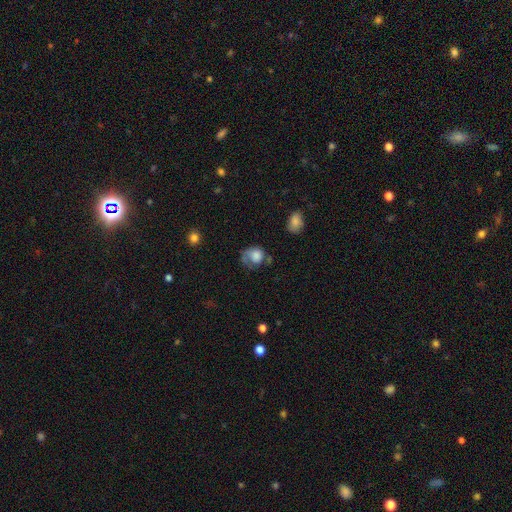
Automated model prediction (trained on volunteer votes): Smooth or featured: smooth — 67% (featured or disk — 24%)
How rounded: round — 63% (in between — 36%)
Merging: none — 34% (tied with major disturbance — 34%)